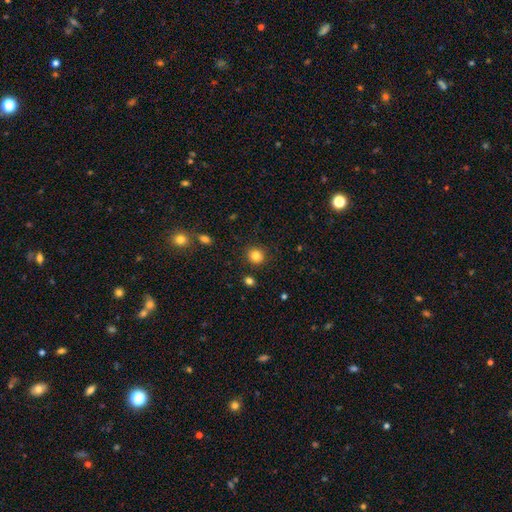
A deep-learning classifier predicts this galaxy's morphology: Smooth or featured?
  - smooth: 83% *
  - star or artifact: 11%
  - featured or disk: 6%
How rounded?
  - round: 83% *
  - in between: 16%
  - cigar-shaped: 1%
Merging?
  - none: 88% *
  - minor disturbance: 7%
  - major disturbance: 2%
  - merger: 2%